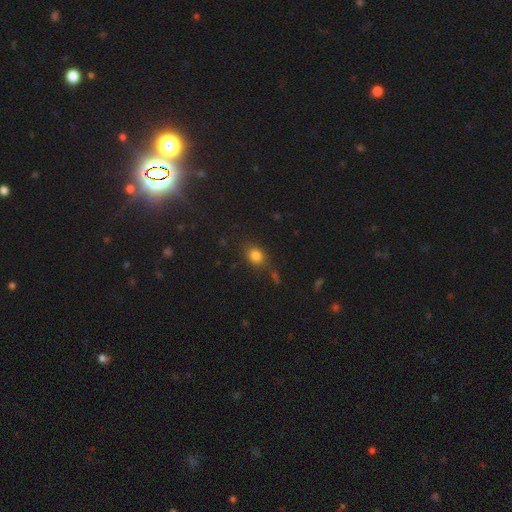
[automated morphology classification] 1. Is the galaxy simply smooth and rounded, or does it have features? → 80% smooth, 13% star or artifact, 7% featured or disk.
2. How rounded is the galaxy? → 55% round, 43% in between, 2% cigar-shaped.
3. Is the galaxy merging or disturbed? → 75% none, 15% minor disturbance, 5% major disturbance, 4% merger.